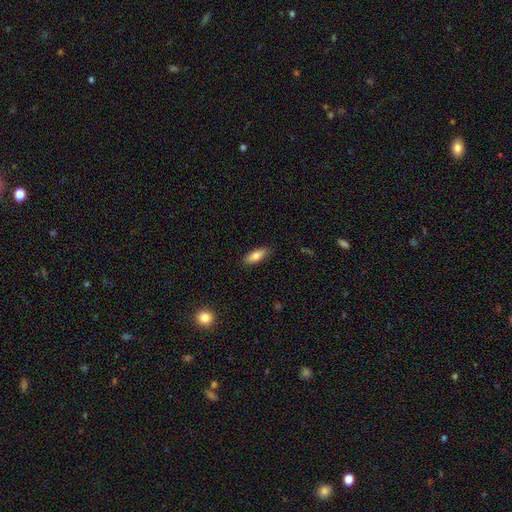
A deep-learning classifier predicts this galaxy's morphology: smooth_or_featured: smooth (p=0.78) [alt: featured or disk p=0.16]
how_rounded: in between (p=0.69) [alt: cigar-shaped p=0.28]
merging: none (p=0.87) [alt: minor disturbance p=0.10]